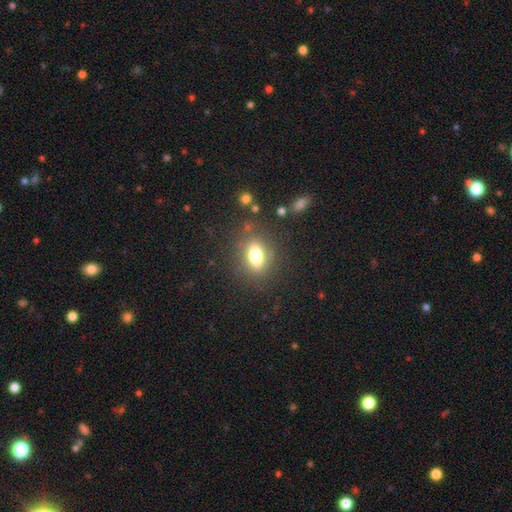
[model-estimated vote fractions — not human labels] This is likely a smooth galaxy (75%). How rounded: likely in between (77%). Merging: clearly none (81%).